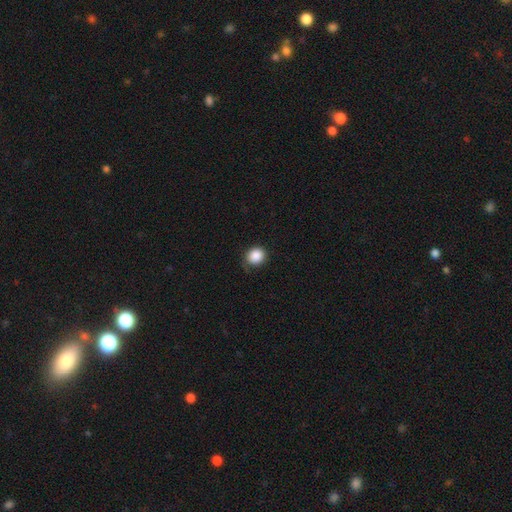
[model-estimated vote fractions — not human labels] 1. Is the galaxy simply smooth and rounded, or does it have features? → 88% smooth, 9% star or artifact, 4% featured or disk.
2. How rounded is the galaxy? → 81% round, 18% in between, 1% cigar-shaped.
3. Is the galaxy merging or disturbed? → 77% none, 18% minor disturbance, 4% major disturbance, 1% merger.